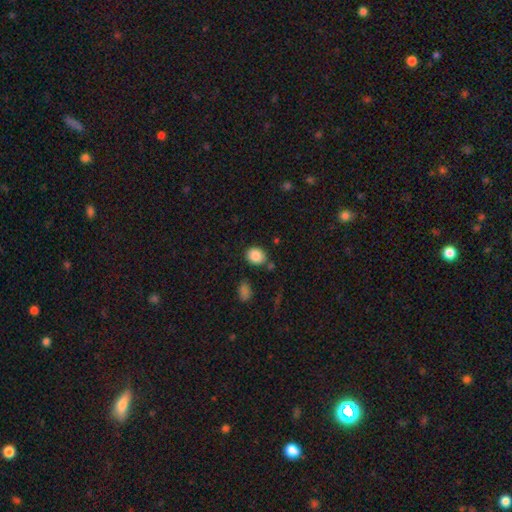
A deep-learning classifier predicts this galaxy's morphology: smooth 87%, star or artifact 9%, featured or disk 4%. Down the decision tree: how rounded — round (54%); merging — none (76%).